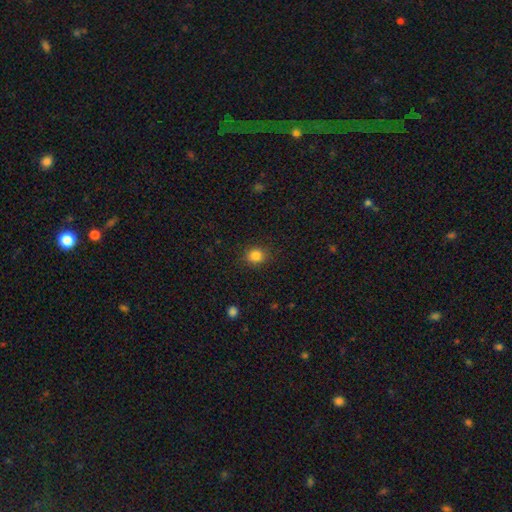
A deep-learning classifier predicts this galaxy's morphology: This is clearly a smooth galaxy (84%). How rounded: likely round (80%). Merging: clearly none (88%).